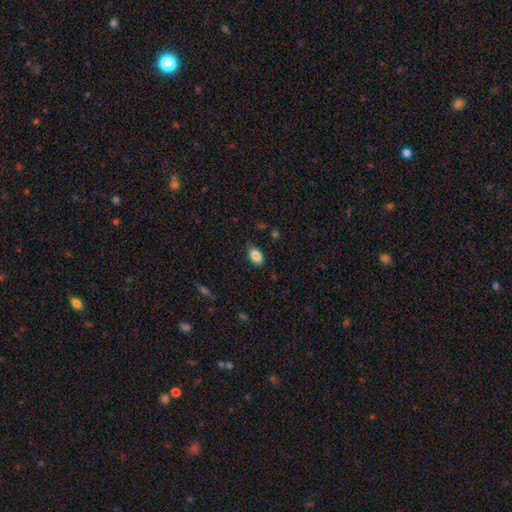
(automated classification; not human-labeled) Smooth or featured?
  - smooth: 87% *
  - star or artifact: 8%
  - featured or disk: 5%
How rounded?
  - in between: 92% *
  - round: 6%
  - cigar-shaped: 2%
Merging?
  - none: 80% *
  - minor disturbance: 16%
  - major disturbance: 3%
  - merger: 1%